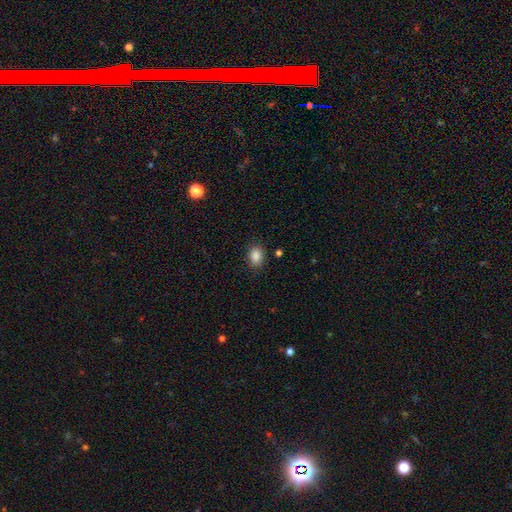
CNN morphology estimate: The model was most divided on "how rounded": in between: 73%, round: 26%, cigar-shaped: 1%. More confident: smooth or featured — smooth (87%); merging — none (85%).